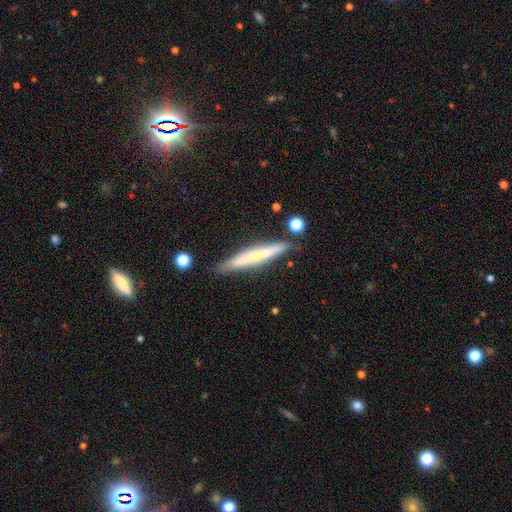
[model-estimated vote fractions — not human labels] Q: Smooth or featured?
A: smooth (51%); runner-up: featured or disk (42%)
Q: How rounded?
A: cigar-shaped (95%); runner-up: in between (4%)
Q: Merging?
A: none (83%); runner-up: minor disturbance (12%)